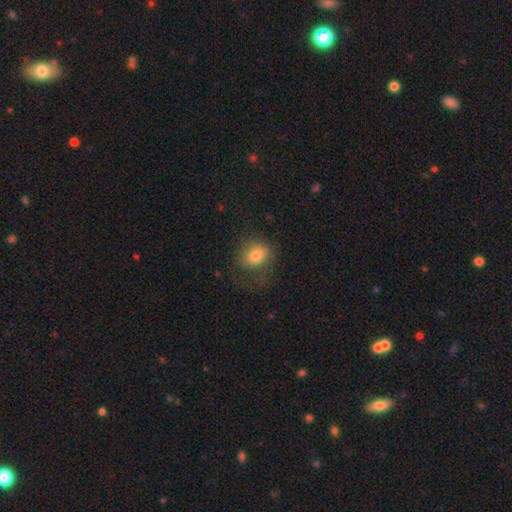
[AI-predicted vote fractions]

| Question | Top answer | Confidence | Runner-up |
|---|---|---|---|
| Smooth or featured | smooth | 75% | featured or disk (15%) |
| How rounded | in between | 52% | round (47%) |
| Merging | none | 54% | major disturbance (23%) |